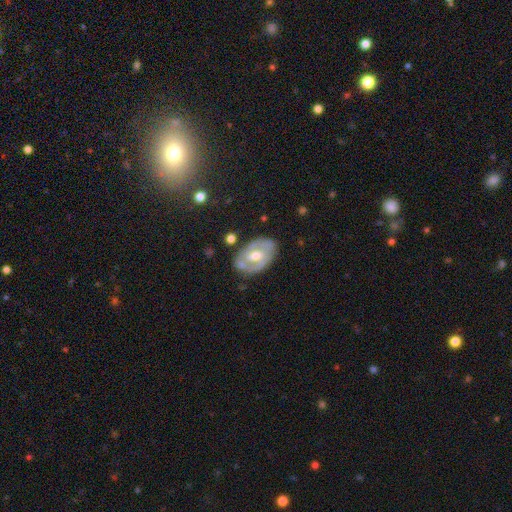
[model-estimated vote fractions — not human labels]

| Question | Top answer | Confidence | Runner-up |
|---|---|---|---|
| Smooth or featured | featured or disk | 70% | smooth (25%) |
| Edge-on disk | no | 94% | yes (6%) |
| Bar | no | 42% | tied: weak (42%) |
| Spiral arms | yes | 58% | no (42%) |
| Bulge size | moderate | 70% | small (18%) |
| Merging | none | 71% | minor disturbance (19%) |